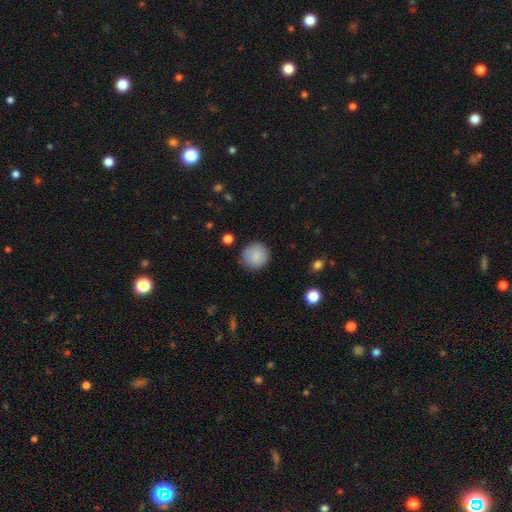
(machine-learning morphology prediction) smooth_or_featured: smooth (p=0.86) [alt: star or artifact p=0.08]
how_rounded: round (p=0.93) [alt: in between p=0.06]
merging: none (p=0.87) [alt: minor disturbance p=0.09]